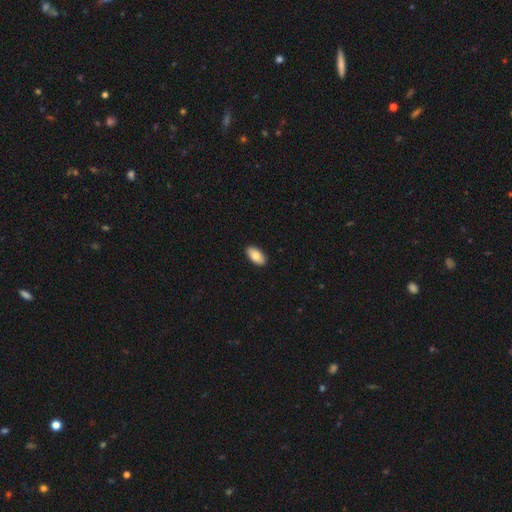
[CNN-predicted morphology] This is likely a smooth galaxy (79%). How rounded: clearly in between (94%). Merging: clearly none (90%).